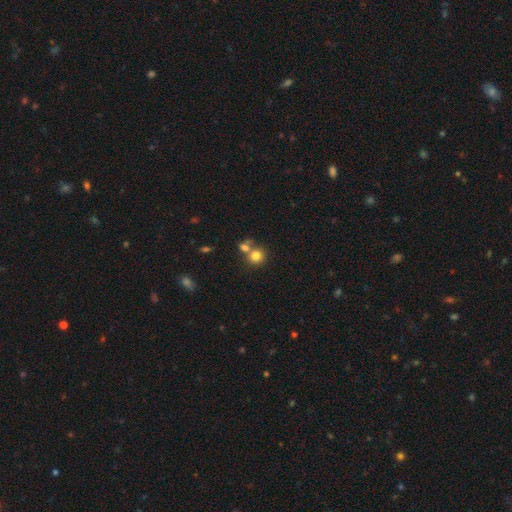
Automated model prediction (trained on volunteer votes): Q: Smooth or featured?
A: smooth (79%); runner-up: star or artifact (11%)
Q: How rounded?
A: round (85%); runner-up: in between (14%)
Q: Merging?
A: none (50%); runner-up: merger (38%)